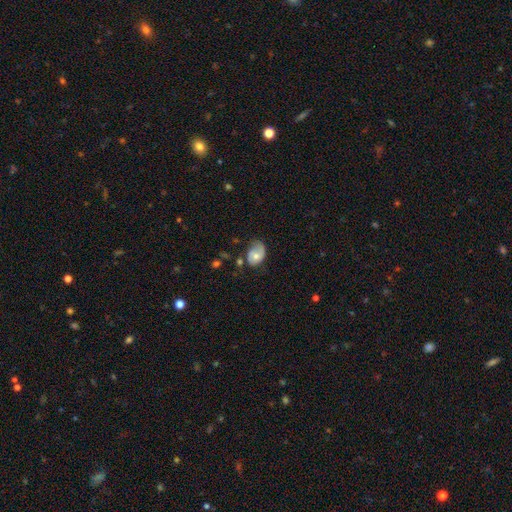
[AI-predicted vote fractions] Smooth or featured? Predicted: smooth (p=0.52). How rounded? Predicted: in between (p=0.77). Merging? Predicted: none (p=0.44).